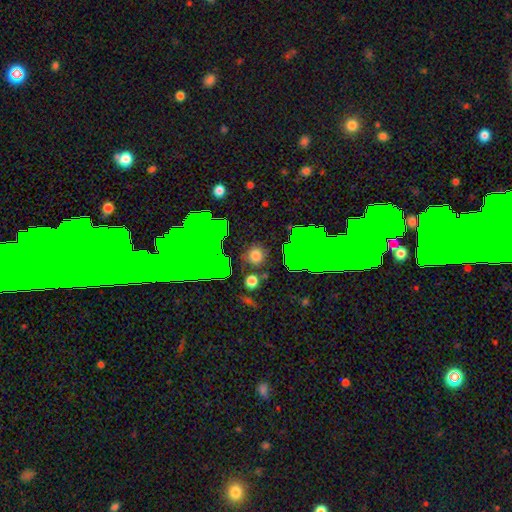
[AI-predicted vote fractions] Smooth or featured?
  - smooth: 53% *
  - star or artifact: 33%
  - featured or disk: 14%
How rounded?
  - round: 84% *
  - in between: 12%
  - cigar-shaped: 3%
Merging?
  - none: 87% *
  - minor disturbance: 6%
  - merger: 3%
  - major disturbance: 3%